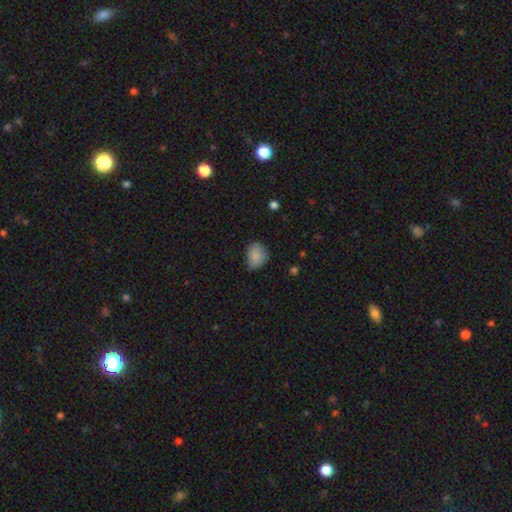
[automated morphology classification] A smooth galaxy with no disk features (83%) that is in between round and cigar-shaped (59%). Merging: none (57%).